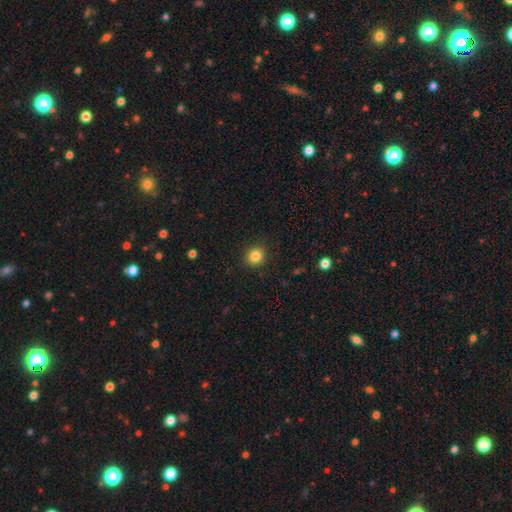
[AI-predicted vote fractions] A smooth galaxy with no disk features (84%) that is round (83%). Merging: none (89%).